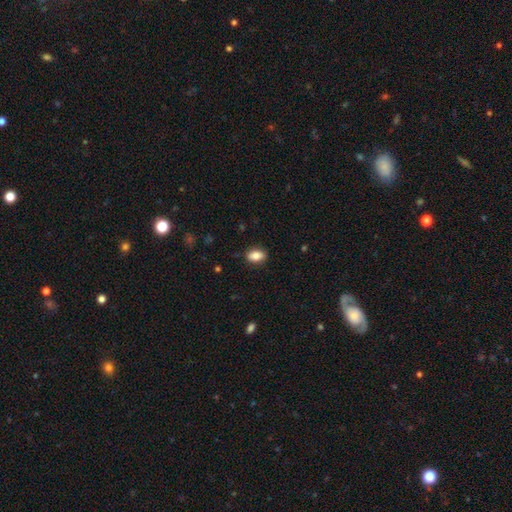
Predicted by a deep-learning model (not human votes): Overall: smooth (84%). How rounded: in between (86%). Merging: none (86%).